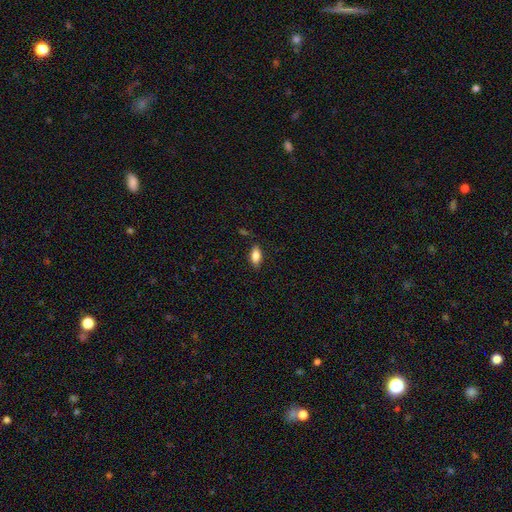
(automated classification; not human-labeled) This is clearly a smooth galaxy (84%). How rounded: clearly in between (88%). Merging: clearly none (82%).